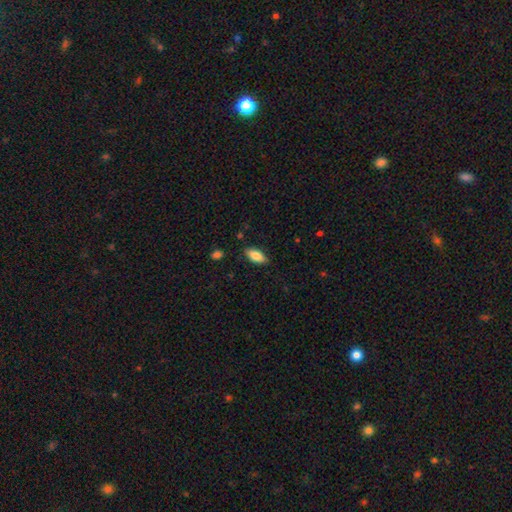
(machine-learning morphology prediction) Smooth or featured: smooth — 83% (featured or disk — 10%)
How rounded: in between — 88% (cigar-shaped — 10%)
Merging: none — 84% (minor disturbance — 12%)